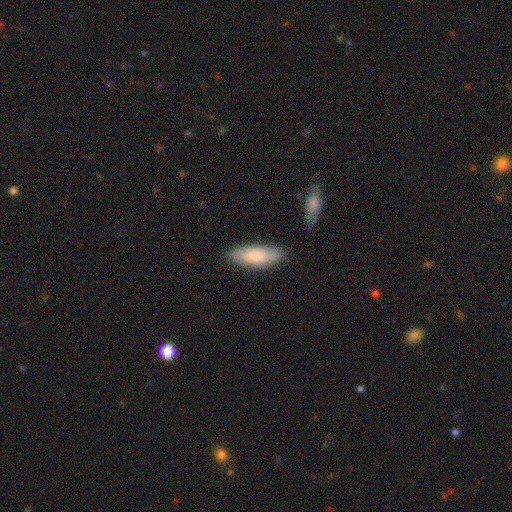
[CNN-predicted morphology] smooth 79%, featured or disk 16%, star or artifact 5%. Down the decision tree: how rounded — in between (65%); merging — none (80%).